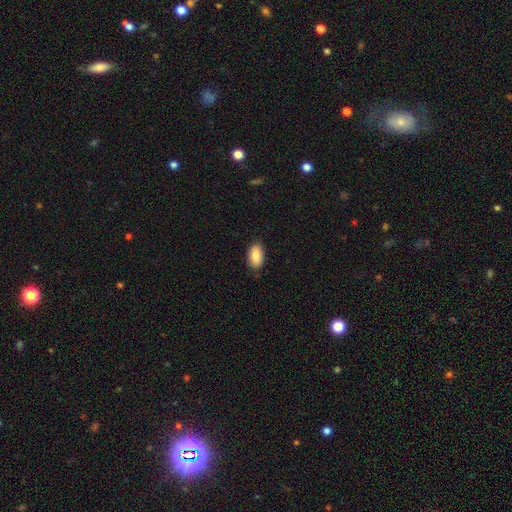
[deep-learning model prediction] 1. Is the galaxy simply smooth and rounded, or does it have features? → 88% smooth, 6% star or artifact, 5% featured or disk.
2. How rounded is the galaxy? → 94% in between, 4% round, 3% cigar-shaped.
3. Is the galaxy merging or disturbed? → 86% none, 11% minor disturbance, 2% major disturbance, 1% merger.